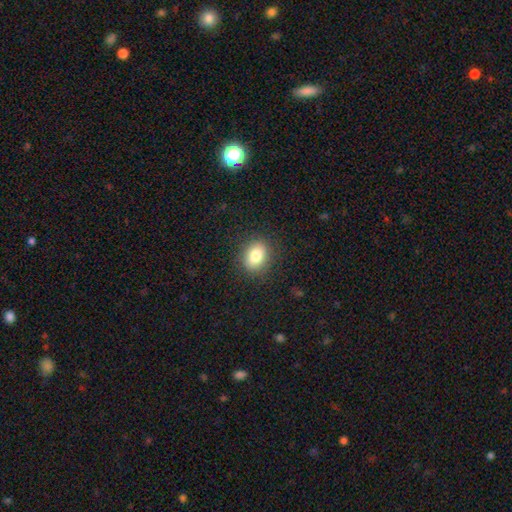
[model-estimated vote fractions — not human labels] The model was most divided on "how rounded": in between: 58%, round: 41%, cigar-shaped: 1%. More confident: merging — none (87%); smooth or featured — smooth (82%).